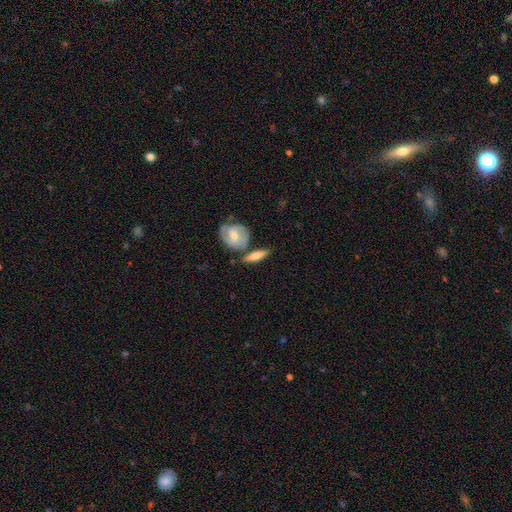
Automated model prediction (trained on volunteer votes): Q: Smooth or featured?
A: smooth (52%); runner-up: featured or disk (43%)
Q: How rounded?
A: cigar-shaped (54%); runner-up: in between (38%)
Q: Merging?
A: none (62%); runner-up: merger (19%)